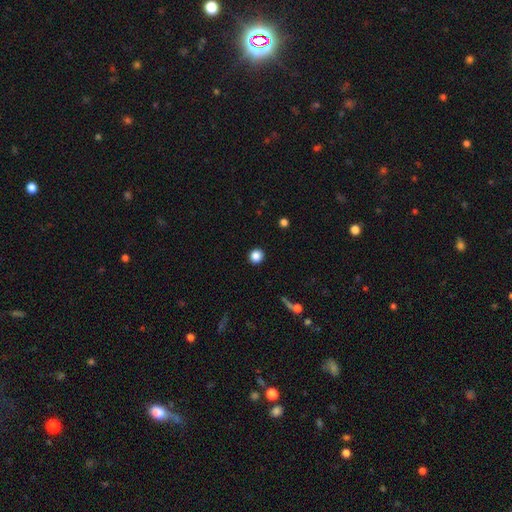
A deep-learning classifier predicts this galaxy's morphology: Smooth or featured? Predicted: smooth (p=0.86). How rounded? Predicted: round (p=0.91). Merging? Predicted: none (p=0.92).